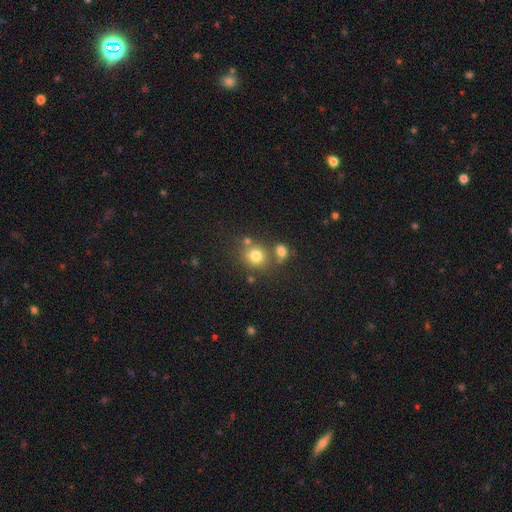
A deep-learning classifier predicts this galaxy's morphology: smooth_or_featured: smooth (p=0.76) [alt: star or artifact p=0.14]
how_rounded: round (p=0.84) [alt: in between p=0.15]
merging: none (p=0.65) [alt: merger p=0.20]